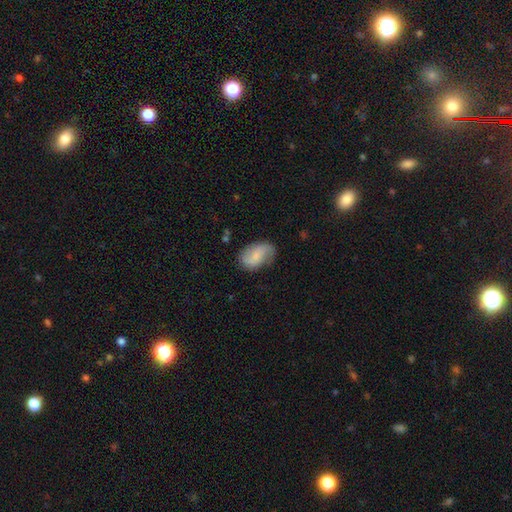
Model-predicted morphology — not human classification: type=smooth (53%); roundness=in between (90%); merging=none (67%).